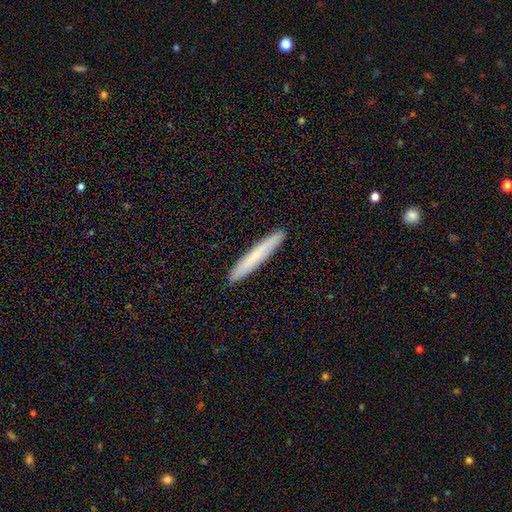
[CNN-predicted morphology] This appears to be a smooth galaxy with no disk features (62%) that is cigar-shaped (95%). Merging: none (92%).